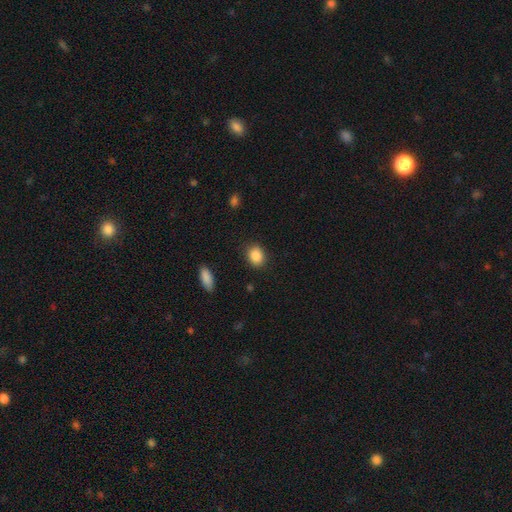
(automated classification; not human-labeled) Smooth or featured? Predicted: smooth (p=0.87). How rounded? Predicted: in between (p=0.54). Merging? Predicted: none (p=0.86).